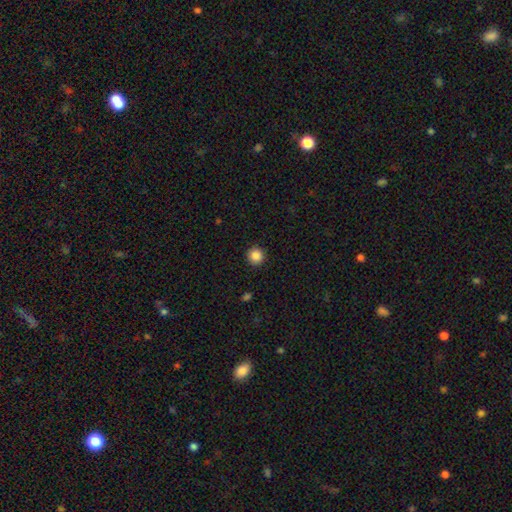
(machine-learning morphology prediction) Smooth or featured? Predicted: smooth (p=0.86). How rounded? Predicted: round (p=0.96). Merging? Predicted: none (p=0.93).